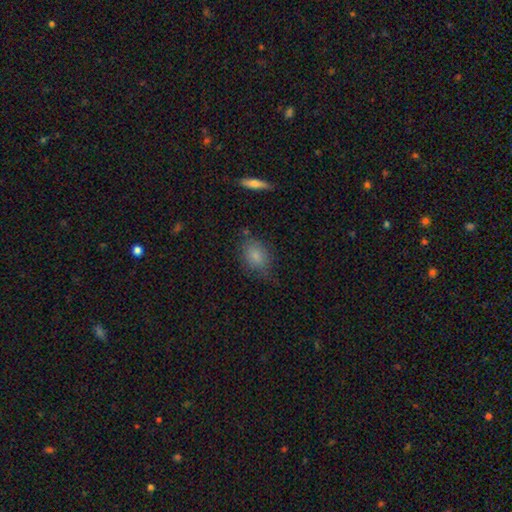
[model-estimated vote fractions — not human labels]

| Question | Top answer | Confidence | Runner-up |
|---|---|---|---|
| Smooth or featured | smooth | 81% | featured or disk (10%) |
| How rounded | in between | 73% | round (25%) |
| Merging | none | 67% | minor disturbance (23%) |